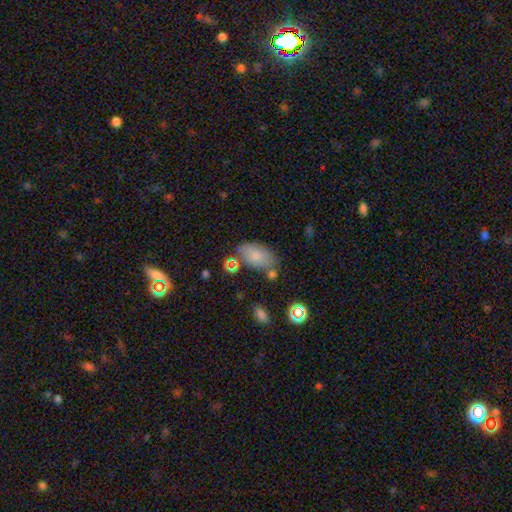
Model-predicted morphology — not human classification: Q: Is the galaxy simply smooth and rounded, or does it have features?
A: smooth — 79%.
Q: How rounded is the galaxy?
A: in between — 92%.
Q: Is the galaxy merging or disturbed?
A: none — 65%.